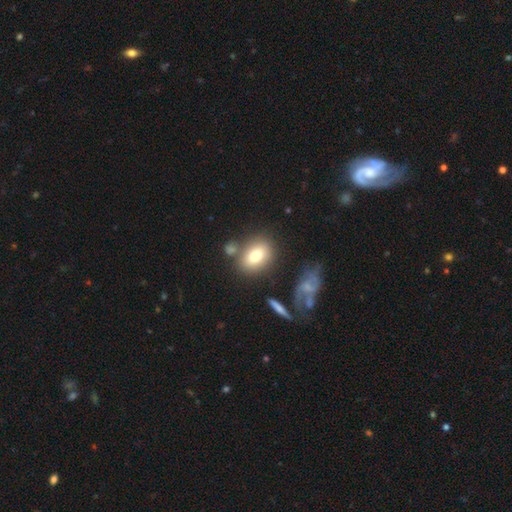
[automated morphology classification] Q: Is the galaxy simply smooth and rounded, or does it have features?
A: smooth — 77%.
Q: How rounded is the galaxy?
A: in between — 77%.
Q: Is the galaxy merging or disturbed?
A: none — 71%.